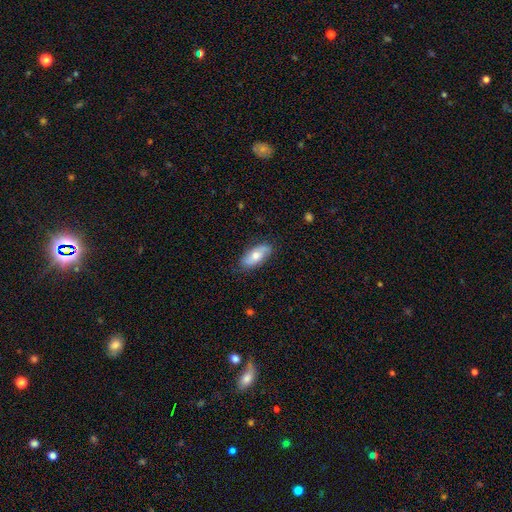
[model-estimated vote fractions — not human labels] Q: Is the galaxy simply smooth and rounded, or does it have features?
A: smooth — 64%.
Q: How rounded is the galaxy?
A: in between — 86%.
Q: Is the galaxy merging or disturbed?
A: none — 82%.